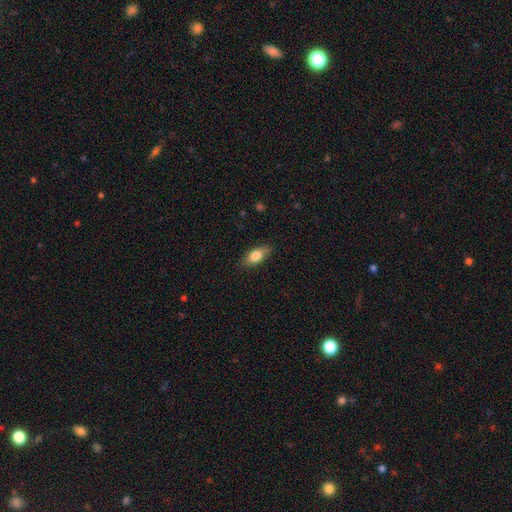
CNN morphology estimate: smooth 80%, featured or disk 13%, star or artifact 7%. Down the decision tree: how rounded — in between (85%); merging — none (84%).